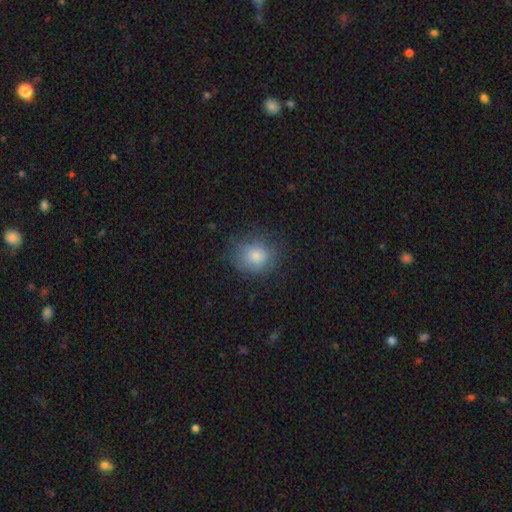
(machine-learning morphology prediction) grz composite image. It shows a smooth galaxy with no disk features (78%) that is round (74%). Merging: none (75%).